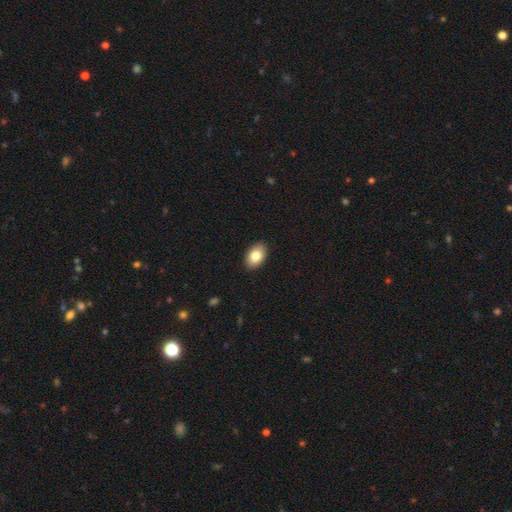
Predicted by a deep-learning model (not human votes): Smooth or featured? smooth (82%)
How rounded? in between (89%)
Merging? none (90%)